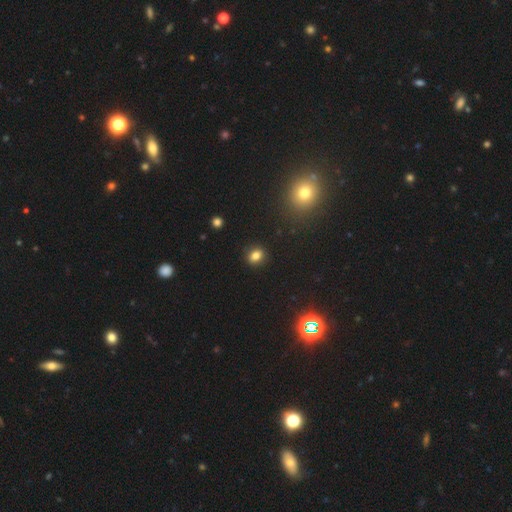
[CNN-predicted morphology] A smooth galaxy with no disk features (79%) that is round (50%).

Vote fractions:
- Smooth or featured? smooth: 79% / star or artifact: 14% / featured or disk: 7%
- How rounded? round: 50% / in between: 49% / cigar-shaped: 2%
- Merging? none: 89% / minor disturbance: 7% / major disturbance: 2% / merger: 1%